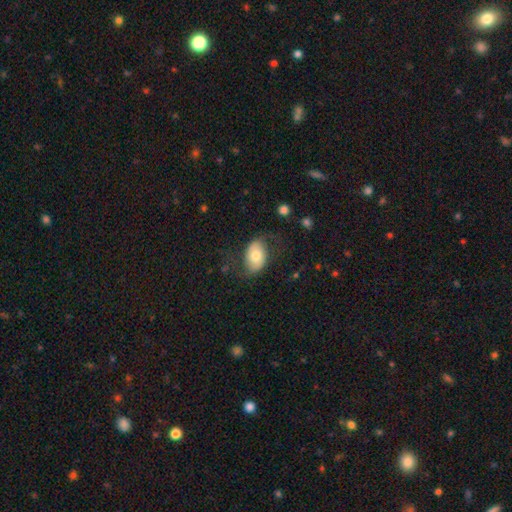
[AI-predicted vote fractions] Q: Smooth or featured?
A: smooth (63%); runner-up: featured or disk (30%)
Q: How rounded?
A: in between (88%); runner-up: round (11%)
Q: Merging?
A: none (63%); runner-up: minor disturbance (21%)